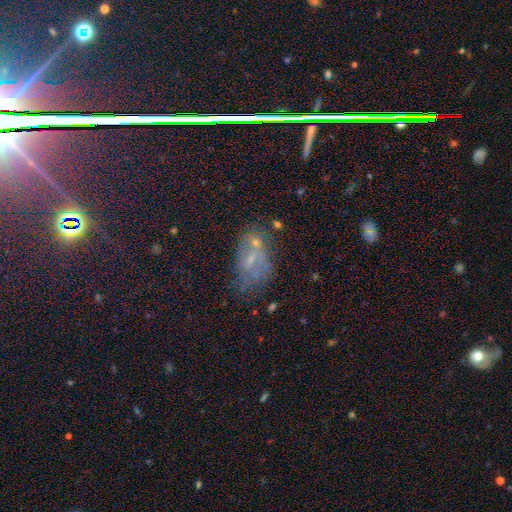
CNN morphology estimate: Q: Smooth or featured?
A: star or artifact (41%); runner-up: featured or disk (31%)